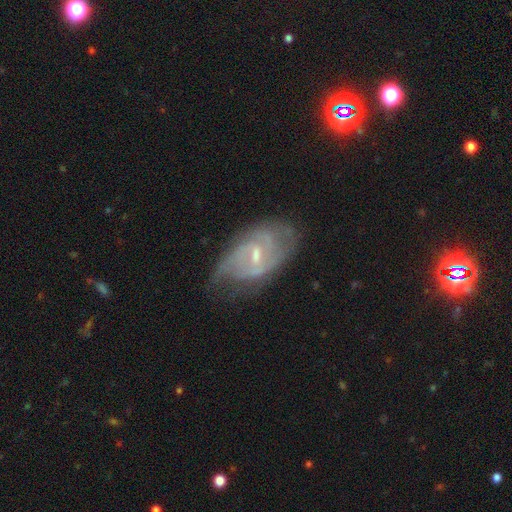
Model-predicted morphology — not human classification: Smooth or featured: featured or disk — 79% (smooth — 14%)
Edge-on disk: no — 96% (yes — 4%)
Bar: weak — 62% (no — 20%)
Spiral arms: yes — 87% (no — 13%)
Spiral winding: medium — 44% (tight — 37%)
Spiral arm count: 2 — 53% (can't tell — 29%)
Bulge size: small — 53% (moderate — 40%)
Merging: none — 55% (minor disturbance — 29%)